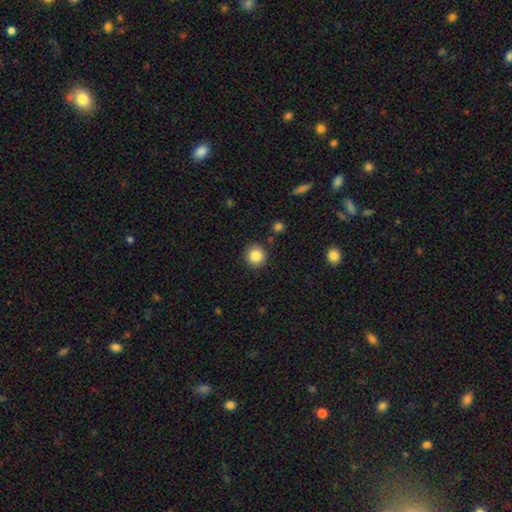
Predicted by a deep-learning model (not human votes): smooth-or-featured: smooth: 84% | star or artifact: 10% | featured or disk: 6%
  how-rounded: round: 93% | in between: 6% | cigar-shaped: 1%
  merging: none: 90% | minor disturbance: 6% | major disturbance: 2% | merger: 2%